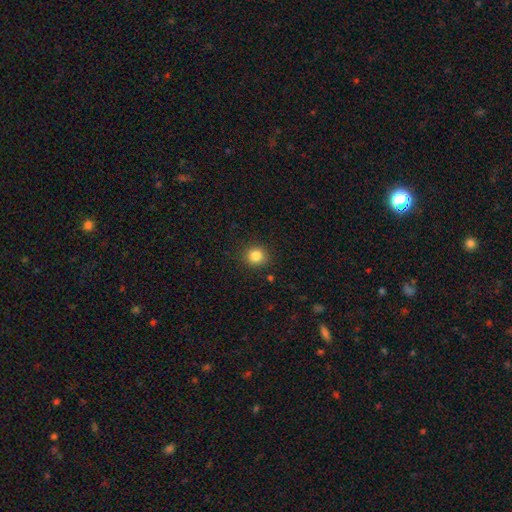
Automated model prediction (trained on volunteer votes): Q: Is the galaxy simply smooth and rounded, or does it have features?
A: smooth — 84%.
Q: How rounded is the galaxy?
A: round — 87%.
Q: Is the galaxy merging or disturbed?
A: none — 89%.